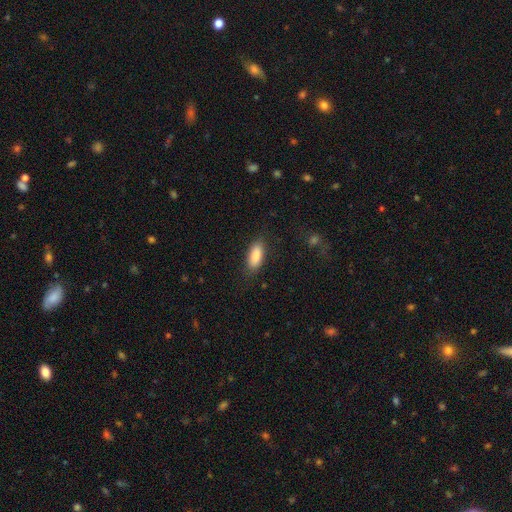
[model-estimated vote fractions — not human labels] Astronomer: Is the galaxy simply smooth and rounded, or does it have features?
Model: smooth — 87%.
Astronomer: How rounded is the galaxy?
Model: in between — 82%.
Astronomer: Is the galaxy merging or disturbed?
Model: none — 81%.